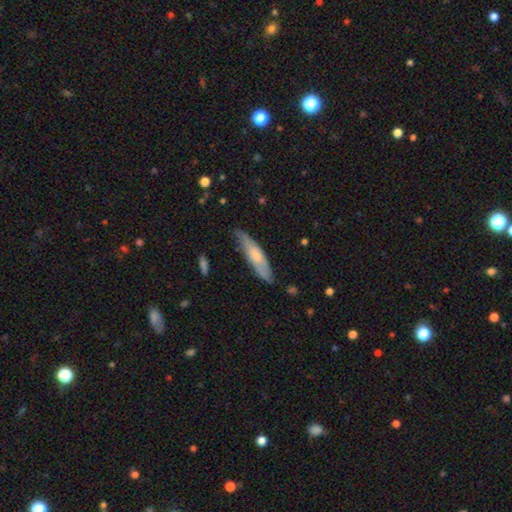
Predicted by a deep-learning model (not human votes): Q: Smooth or featured?
A: smooth (49%); runner-up: featured or disk (46%)
Q: Merging?
A: none (72%); runner-up: minor disturbance (22%)